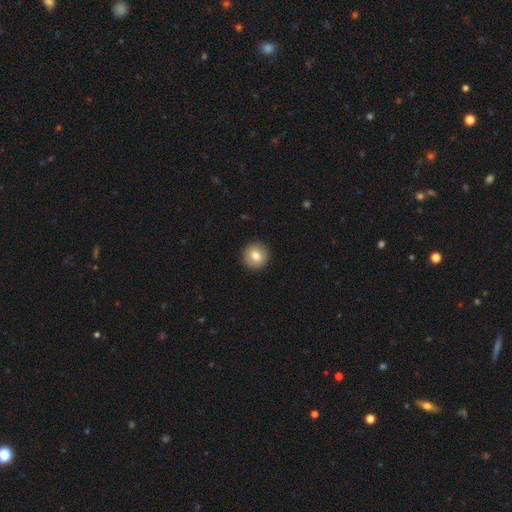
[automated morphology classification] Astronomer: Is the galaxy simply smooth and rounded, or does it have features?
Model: smooth — 79%.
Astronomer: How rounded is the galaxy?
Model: round — 93%.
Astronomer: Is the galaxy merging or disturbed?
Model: none — 92%.